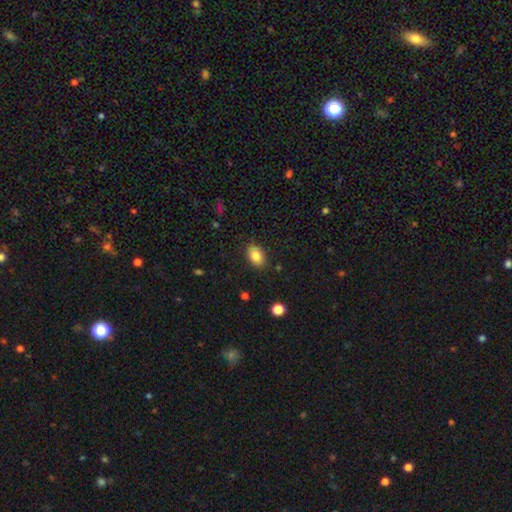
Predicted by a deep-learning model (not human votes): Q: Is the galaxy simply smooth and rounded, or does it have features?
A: smooth — 84%.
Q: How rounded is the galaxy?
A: in between — 87%.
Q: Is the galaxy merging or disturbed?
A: none — 86%.